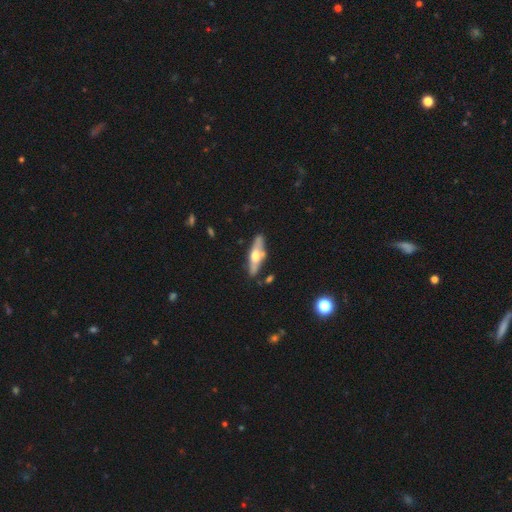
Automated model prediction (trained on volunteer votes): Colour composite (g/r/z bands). It shows a featured or disk galaxy (57%) viewed edge-on (82%). Merging: none (78%).